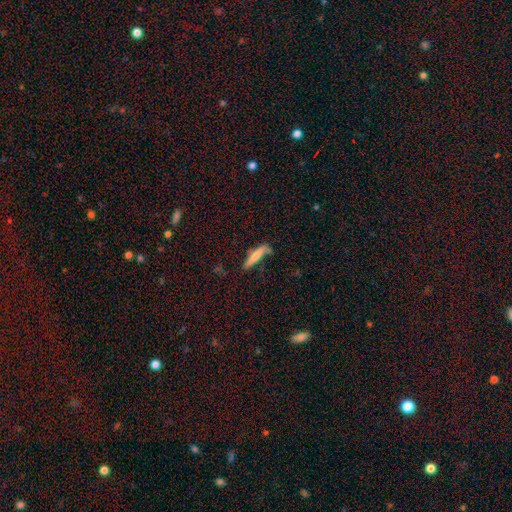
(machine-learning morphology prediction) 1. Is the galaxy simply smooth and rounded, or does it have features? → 67% smooth, 26% featured or disk, 7% star or artifact.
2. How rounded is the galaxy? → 83% cigar-shaped, 15% in between, 2% round.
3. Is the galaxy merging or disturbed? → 55% none, 26% minor disturbance, 11% major disturbance, 7% merger.